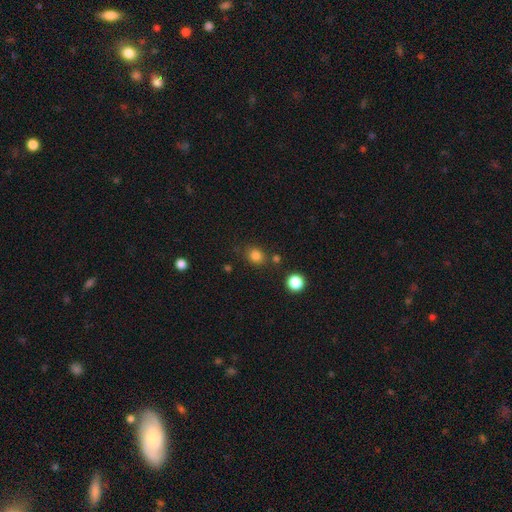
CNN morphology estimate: A smooth galaxy with no disk features (82%) that is round (69%). Merging: none (78%).